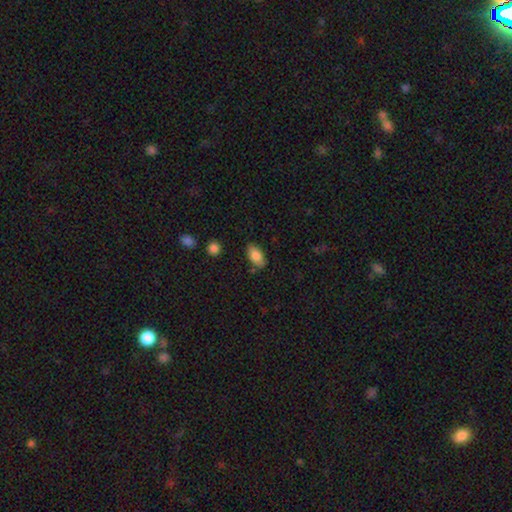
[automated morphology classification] type=smooth (83%); roundness=in between (92%); merging=none (80%).